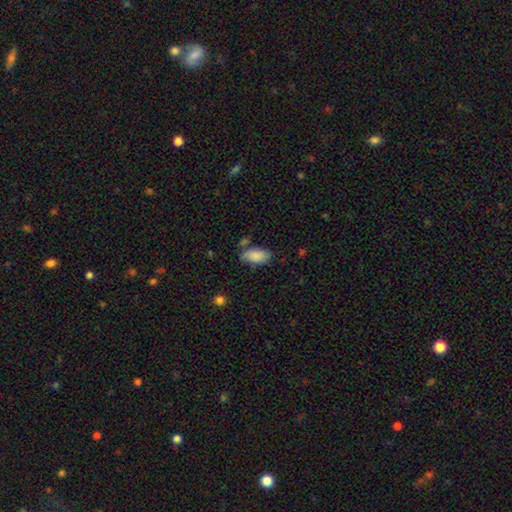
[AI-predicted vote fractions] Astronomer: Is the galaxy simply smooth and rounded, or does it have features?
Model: smooth — 87%.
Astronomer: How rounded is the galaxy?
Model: in between — 93%.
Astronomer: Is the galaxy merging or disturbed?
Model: none — 67%.